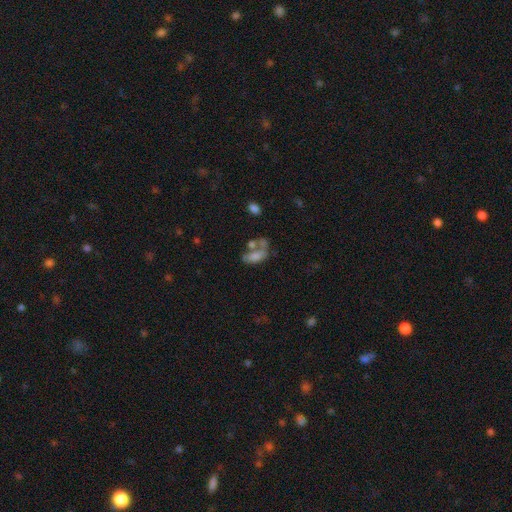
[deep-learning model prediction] Morphology: type=smooth (60%); roundness=in between (88%); merging=merger (44%).